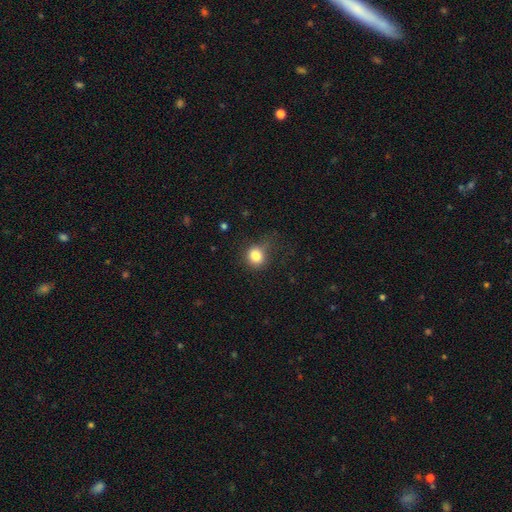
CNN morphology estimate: smooth 82%, star or artifact 11%, featured or disk 7%. Down the decision tree: how rounded — round (78%); merging — none (62%).